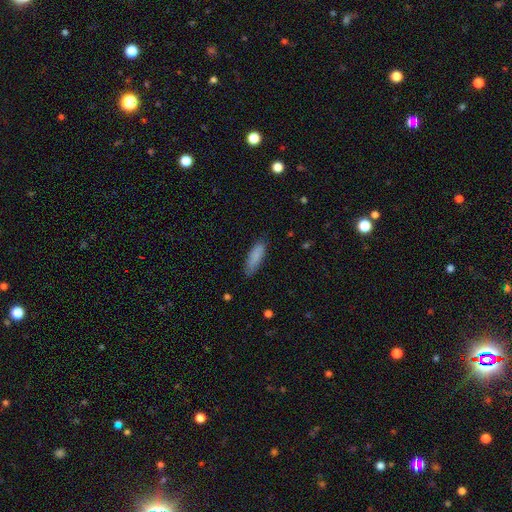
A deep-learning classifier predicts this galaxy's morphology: This is clearly a smooth galaxy (86%). How rounded: possibly cigar-shaped (57%). Merging: clearly none (82%).